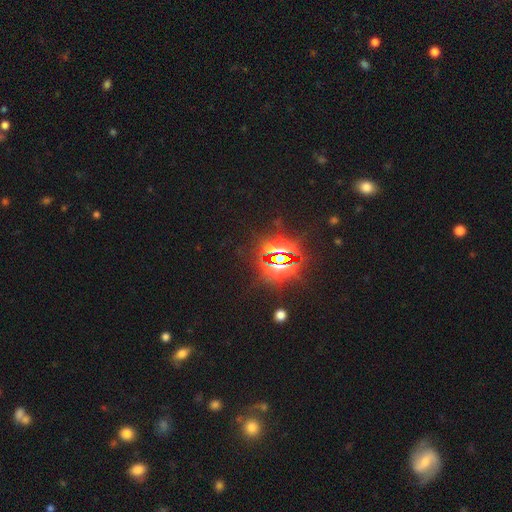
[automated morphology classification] type=star or artifact (85%).